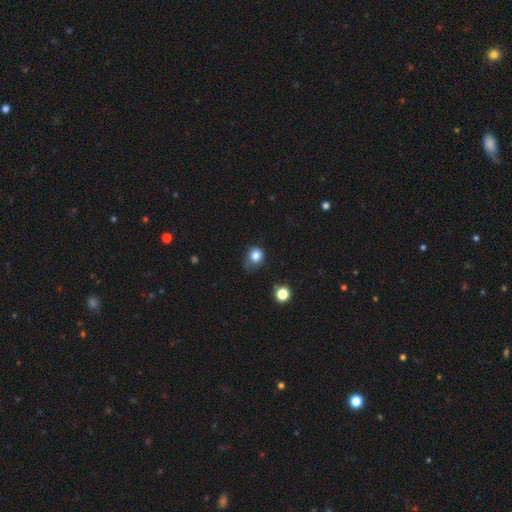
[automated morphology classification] The model was most divided on "merging": none: 52%, minor disturbance: 33%, major disturbance: 13%, merger: 3%. More confident: smooth or featured — smooth (82%); how rounded — round (77%).